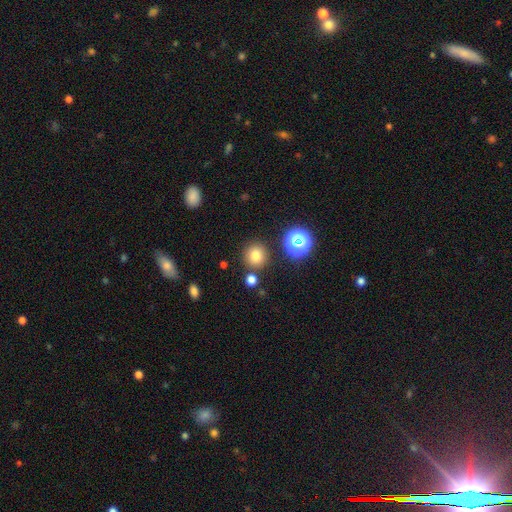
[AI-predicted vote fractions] Overall: smooth (77%). How rounded: round (91%). Merging: none (83%).